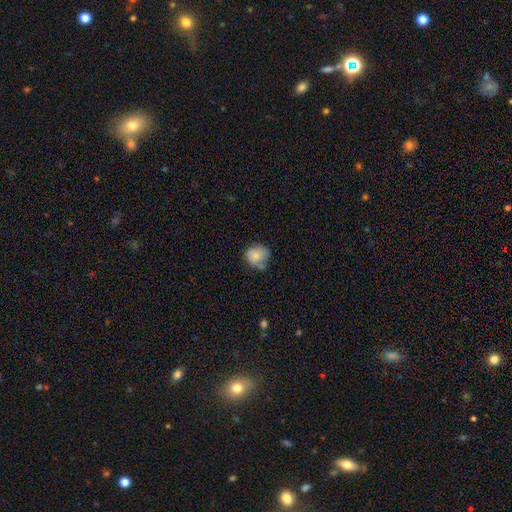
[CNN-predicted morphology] Smooth or featured?
  - smooth: 77% *
  - featured or disk: 15%
  - star or artifact: 8%
How rounded?
  - round: 70% *
  - in between: 29%
  - cigar-shaped: 1%
Merging?
  - none: 48% *
  - minor disturbance: 30%
  - merger: 12%
  - major disturbance: 10%